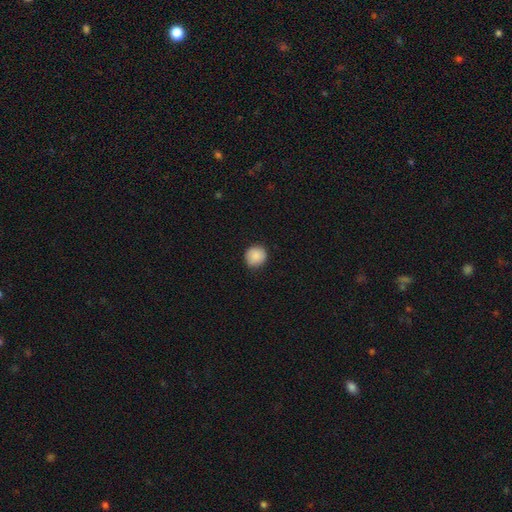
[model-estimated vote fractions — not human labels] Smooth or featured?
  - smooth: 89% *
  - star or artifact: 8%
  - featured or disk: 3%
How rounded?
  - round: 91% *
  - in between: 9%
  - cigar-shaped: 1%
Merging?
  - none: 88% *
  - minor disturbance: 9%
  - major disturbance: 2%
  - merger: 1%